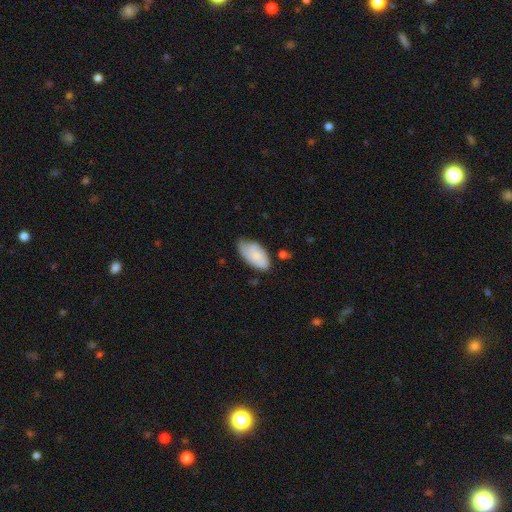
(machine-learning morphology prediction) Smooth or featured: smooth — 76% (featured or disk — 18%)
How rounded: in between — 94% (cigar-shaped — 3%)
Merging: none — 51% (minor disturbance — 38%)